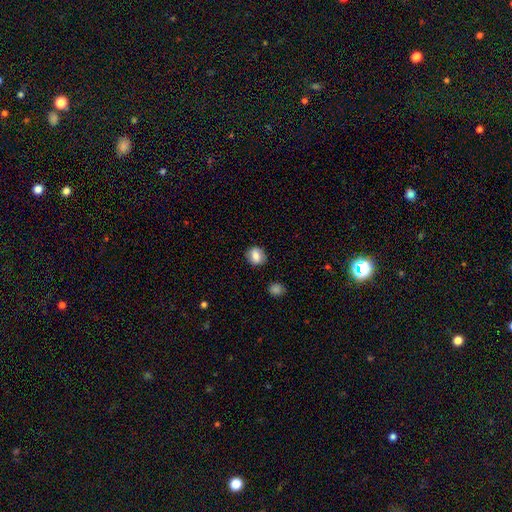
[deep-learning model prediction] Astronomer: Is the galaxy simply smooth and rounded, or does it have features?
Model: smooth — 77%.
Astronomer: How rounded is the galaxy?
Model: round — 62% (runner-up: in between, 37%).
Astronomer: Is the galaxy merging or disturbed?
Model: none — 83%.